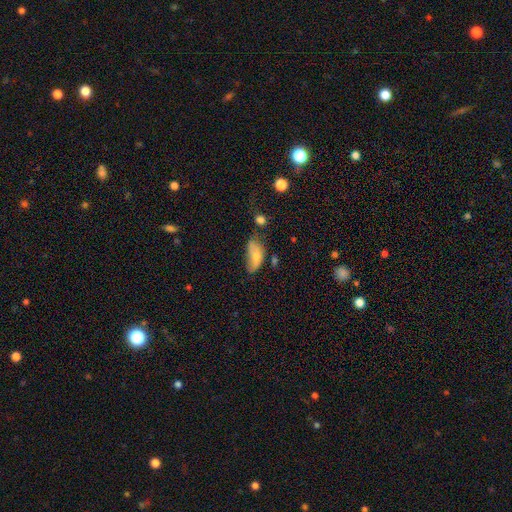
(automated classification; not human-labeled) A smooth galaxy with no disk features (66%) that is in between round and cigar-shaped (89%). Merging: none (37%, tied with minor disturbance).